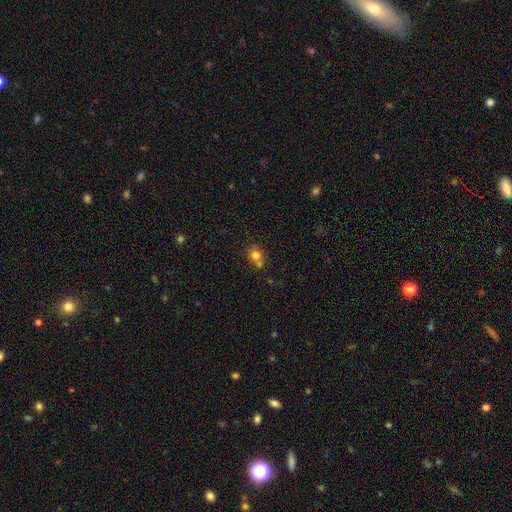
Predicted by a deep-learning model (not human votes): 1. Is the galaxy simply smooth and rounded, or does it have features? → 75% smooth, 13% featured or disk, 12% star or artifact.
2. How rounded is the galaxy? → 69% round, 29% in between, 1% cigar-shaped.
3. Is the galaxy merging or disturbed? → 47% none, 37% merger, 12% minor disturbance, 4% major disturbance.